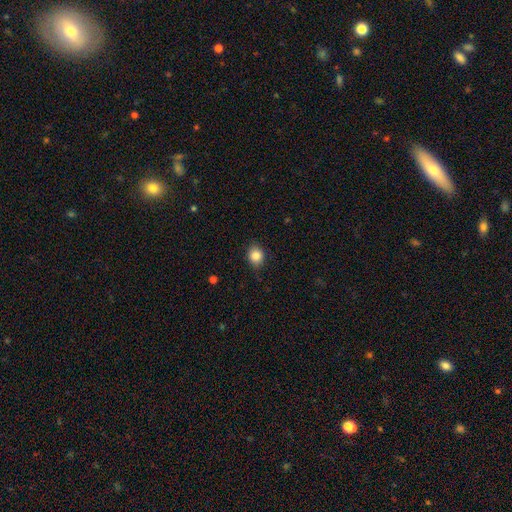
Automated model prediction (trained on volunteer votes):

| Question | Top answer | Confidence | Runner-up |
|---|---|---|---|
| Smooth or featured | smooth | 85% | star or artifact (9%) |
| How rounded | round | 57% | in between (42%) |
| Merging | none | 84% | minor disturbance (12%) |